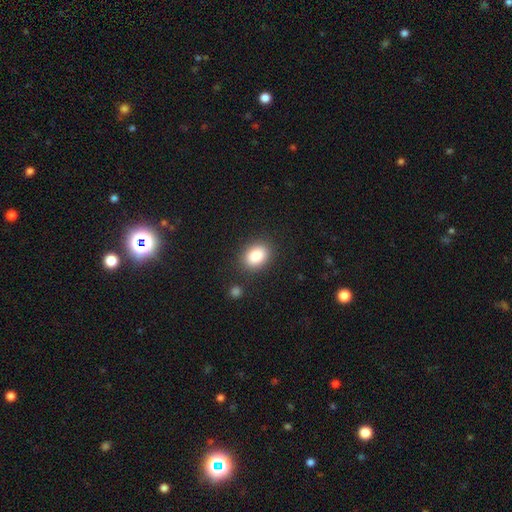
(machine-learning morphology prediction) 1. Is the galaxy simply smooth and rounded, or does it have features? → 83% smooth, 9% star or artifact, 8% featured or disk.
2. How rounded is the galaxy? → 64% in between, 35% round, 1% cigar-shaped.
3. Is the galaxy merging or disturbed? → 85% none, 9% minor disturbance, 3% major disturbance, 3% merger.